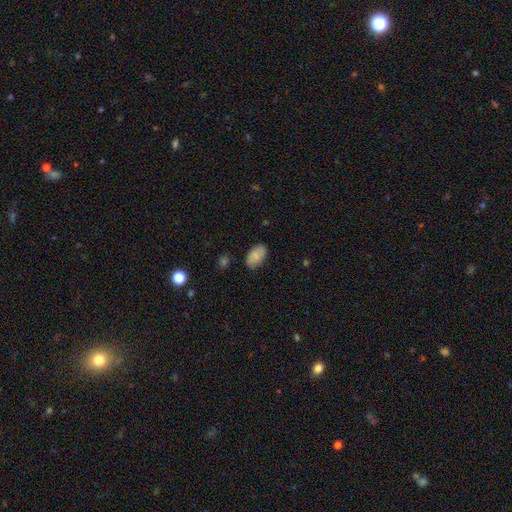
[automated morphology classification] Q: Smooth or featured?
A: smooth (83%); runner-up: featured or disk (10%)
Q: How rounded?
A: in between (94%); runner-up: round (5%)
Q: Merging?
A: none (82%); runner-up: minor disturbance (14%)